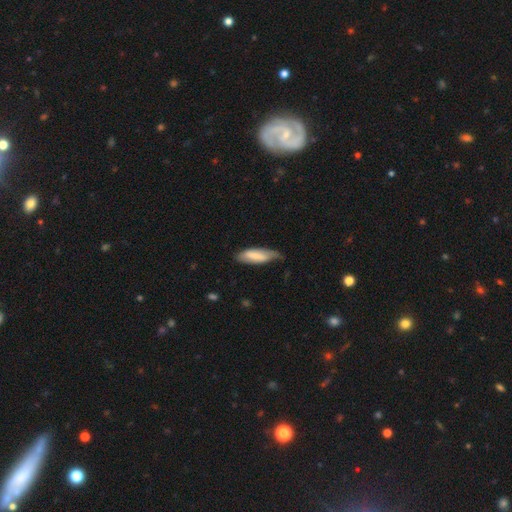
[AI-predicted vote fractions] Q: Smooth or featured?
A: smooth (75%); runner-up: featured or disk (20%)
Q: How rounded?
A: in between (57%); runner-up: cigar-shaped (42%)
Q: Merging?
A: none (50%); runner-up: minor disturbance (38%)